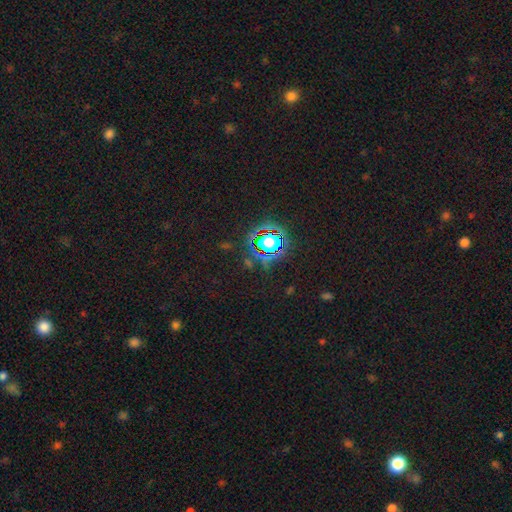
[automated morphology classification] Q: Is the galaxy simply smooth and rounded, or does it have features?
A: star or artifact — 80%.